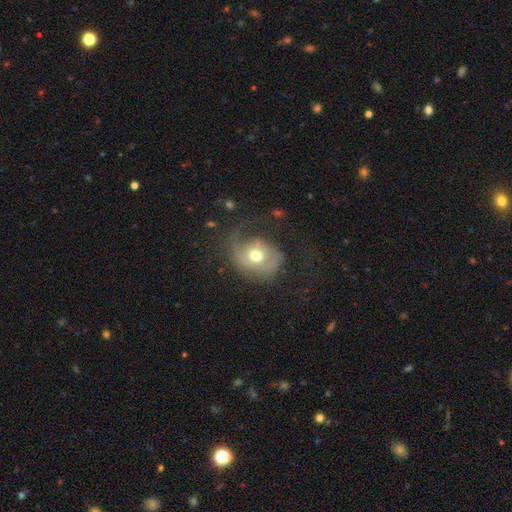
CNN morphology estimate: smooth_or_featured: featured or disk (p=0.55) [alt: smooth p=0.37]
disk_edge_on: no (p=0.96) [alt: yes p=0.04]
bar: no (p=0.78) [alt: weak p=0.18]
has_spiral_arms: yes (p=0.69) [alt: no p=0.31]
bulge_size: moderate (p=0.74) [alt: small p=0.13]
merging: none (p=0.37) [tied with: major disturbance p=0.37]